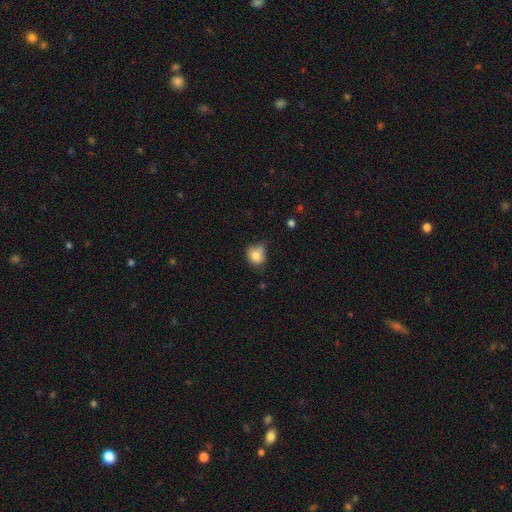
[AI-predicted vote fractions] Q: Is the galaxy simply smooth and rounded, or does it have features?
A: smooth — 80%.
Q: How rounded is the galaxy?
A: round — 75%.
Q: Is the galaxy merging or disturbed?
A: none — 51%.